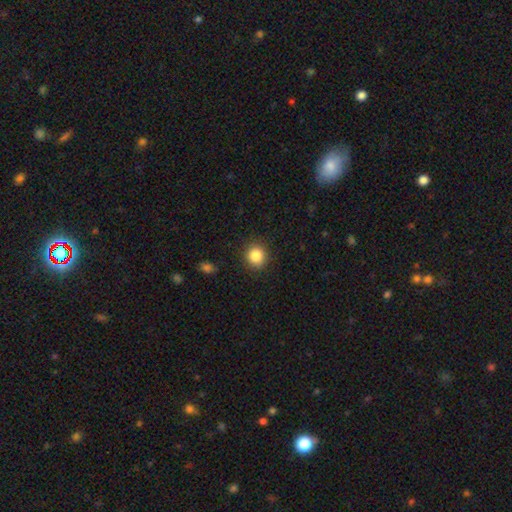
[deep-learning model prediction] A smooth galaxy with no disk features (85%) that is round (87%).

Vote fractions:
- Smooth or featured? smooth: 85% / star or artifact: 10% / featured or disk: 5%
- How rounded? round: 87% / in between: 12% / cigar-shaped: 1%
- Merging? none: 90% / minor disturbance: 7% / major disturbance: 2% / merger: 1%